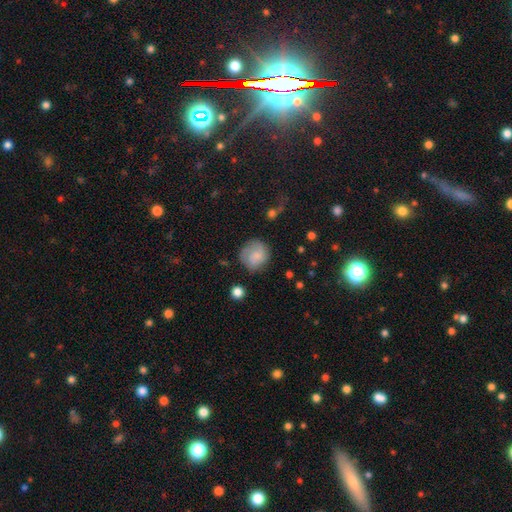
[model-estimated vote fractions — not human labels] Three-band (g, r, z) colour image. It shows a smooth galaxy with no disk features (74%) that is round (85%). Merging: none (66%).